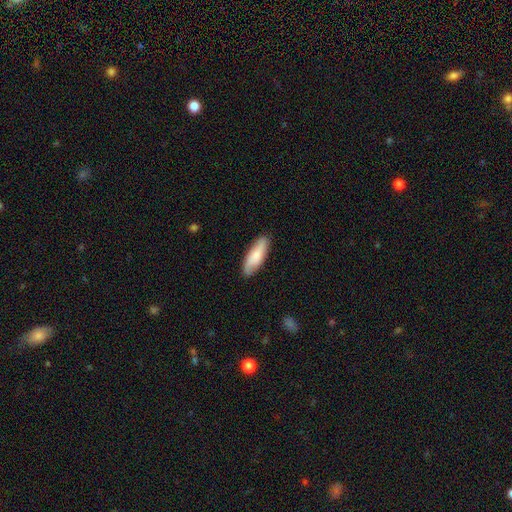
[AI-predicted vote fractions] Q: Smooth or featured?
A: smooth (65%); runner-up: featured or disk (29%)
Q: How rounded?
A: in between (55%); runner-up: cigar-shaped (43%)
Q: Merging?
A: none (84%); runner-up: minor disturbance (12%)